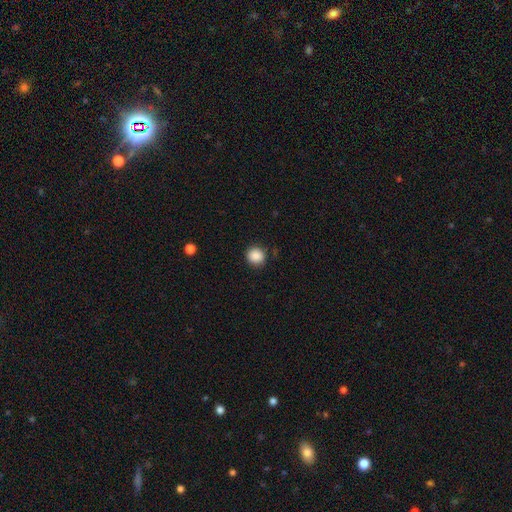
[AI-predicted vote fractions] Smooth or featured? smooth (88%)
How rounded? round (91%)
Merging? none (87%)